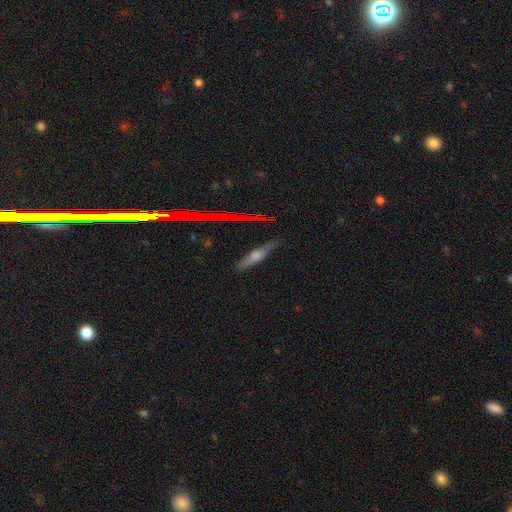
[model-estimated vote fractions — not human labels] Morphology: type=featured or disk (59%); edge-on=yes (94%); edge-on bulge=rounded (83%); merging=none (84%).